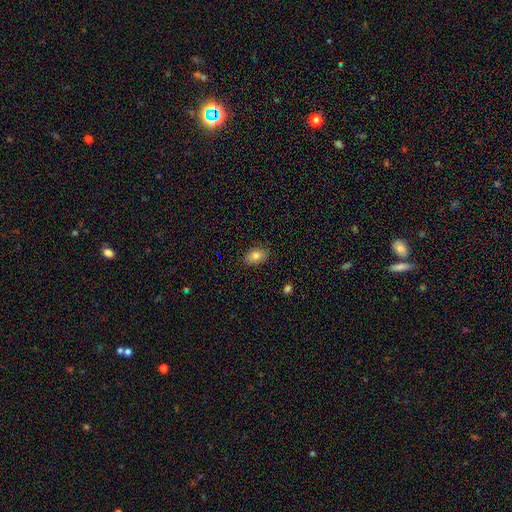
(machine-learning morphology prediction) smooth_or_featured: smooth (p=0.82) [alt: featured or disk p=0.10]
how_rounded: in between (p=0.85) [alt: round p=0.13]
merging: none (p=0.86) [alt: minor disturbance p=0.11]